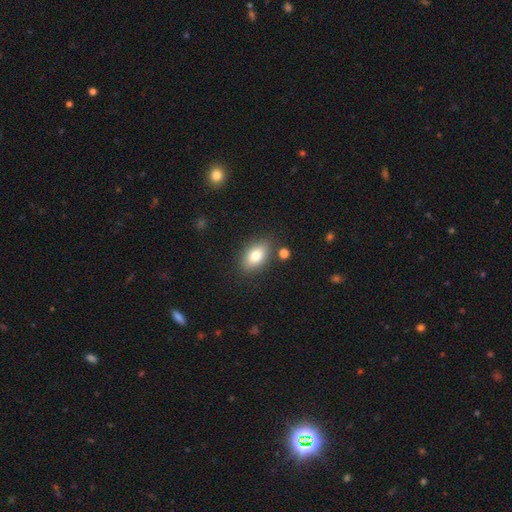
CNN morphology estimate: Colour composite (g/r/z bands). It shows a smooth galaxy with no disk features (79%) that is in between round and cigar-shaped (88%). Merging: none (82%).